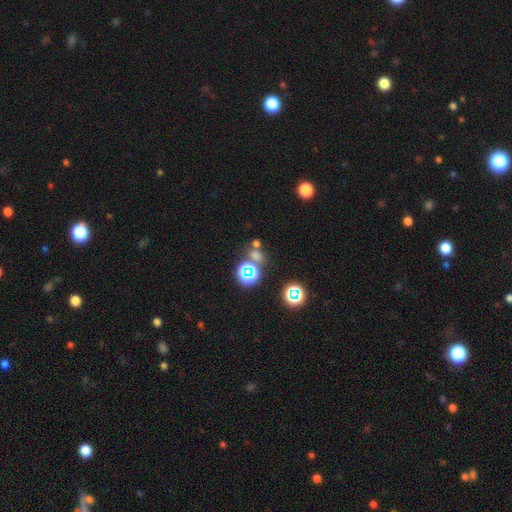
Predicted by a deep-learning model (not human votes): smooth_or_featured: smooth (p=0.48) [alt: star or artifact p=0.44]
merging: none (p=0.60) [alt: merger p=0.26]